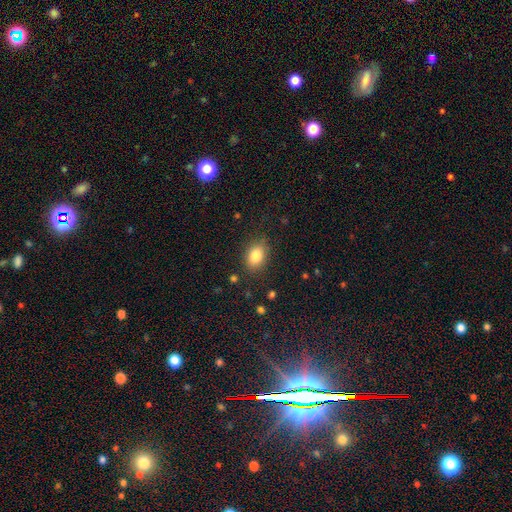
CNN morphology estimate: Q: Smooth or featured?
A: smooth (83%); runner-up: star or artifact (9%)
Q: How rounded?
A: in between (77%); runner-up: round (22%)
Q: Merging?
A: none (83%); runner-up: minor disturbance (12%)